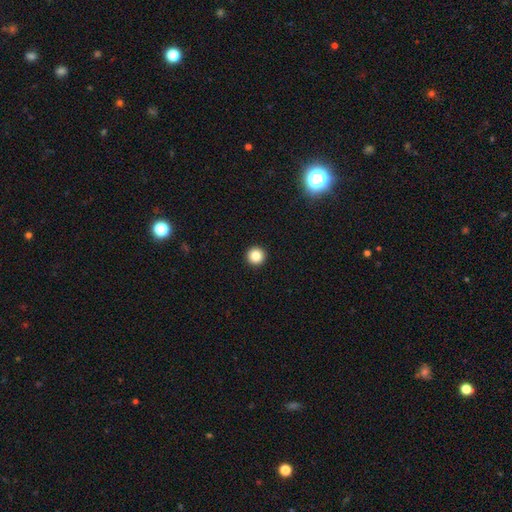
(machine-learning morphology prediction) This appears to be a smooth galaxy with no disk features (85%) that is round (97%). Merging: none (94%).